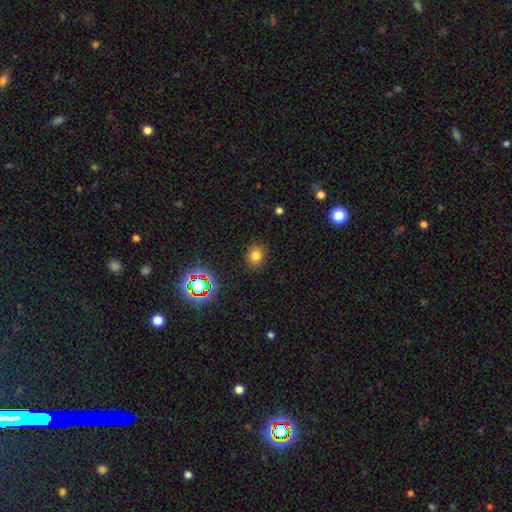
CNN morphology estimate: Overall: smooth (77%). How rounded: round (76%). Merging: none (88%).